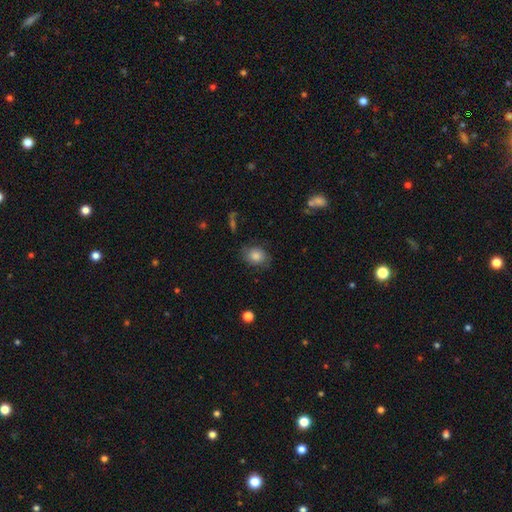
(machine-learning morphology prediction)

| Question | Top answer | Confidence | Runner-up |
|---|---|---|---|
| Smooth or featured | smooth | 79% | featured or disk (13%) |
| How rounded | in between | 56% | round (43%) |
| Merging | none | 72% | minor disturbance (20%) |